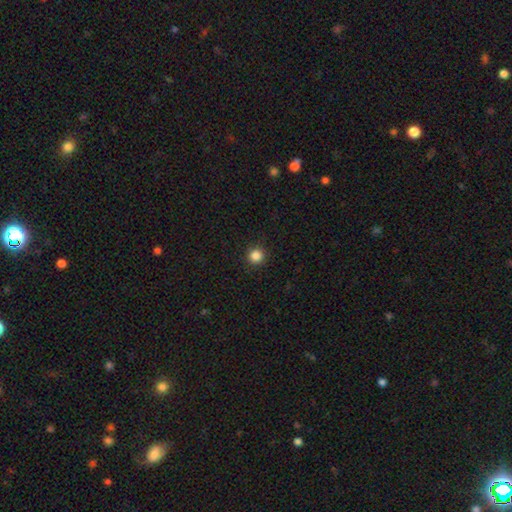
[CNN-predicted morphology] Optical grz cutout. It shows a smooth galaxy with no disk features (85%) that is round (96%). Merging: none (93%).